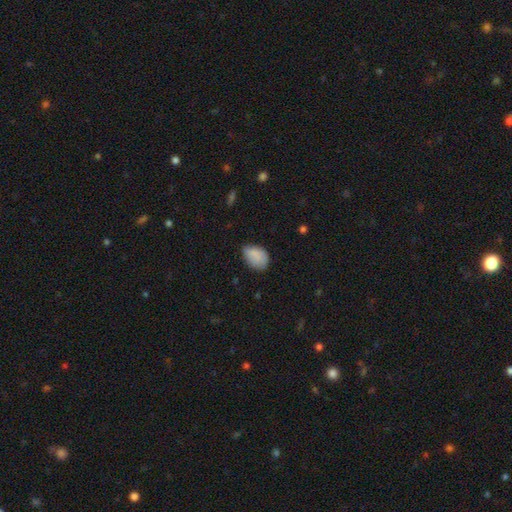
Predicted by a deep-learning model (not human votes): This is clearly a smooth galaxy (85%). How rounded: clearly in between (83%). Merging: possibly none (59%).